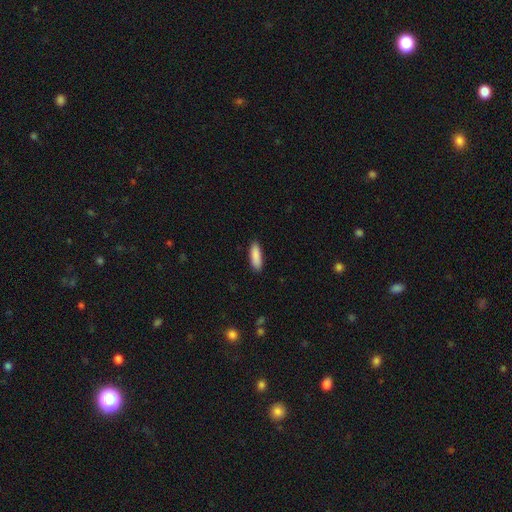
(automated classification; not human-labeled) Smooth or featured? Predicted: smooth (p=0.89). How rounded? Predicted: in between (p=0.54). Merging? Predicted: none (p=0.88).